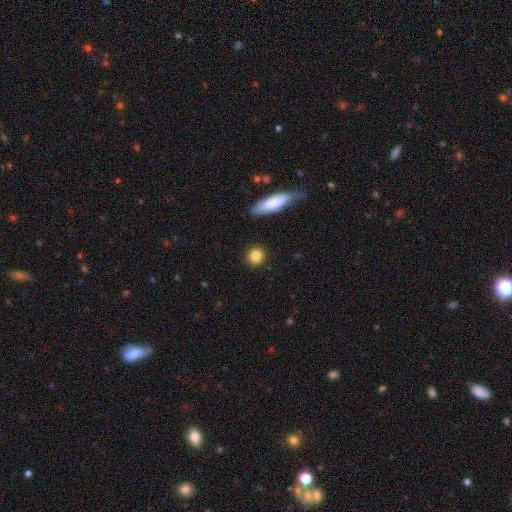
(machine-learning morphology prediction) smooth-or-featured: smooth: 86% | star or artifact: 8% | featured or disk: 6%
  how-rounded: round: 81% | in between: 16% | cigar-shaped: 3%
  merging: none: 89% | minor disturbance: 7% | major disturbance: 2% | merger: 2%